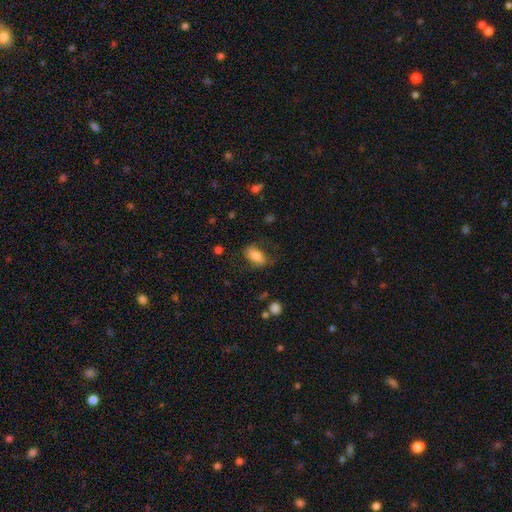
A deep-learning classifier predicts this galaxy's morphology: A smooth galaxy with no disk features (71%) that is in between round and cigar-shaped (88%). Merging: none (64%).